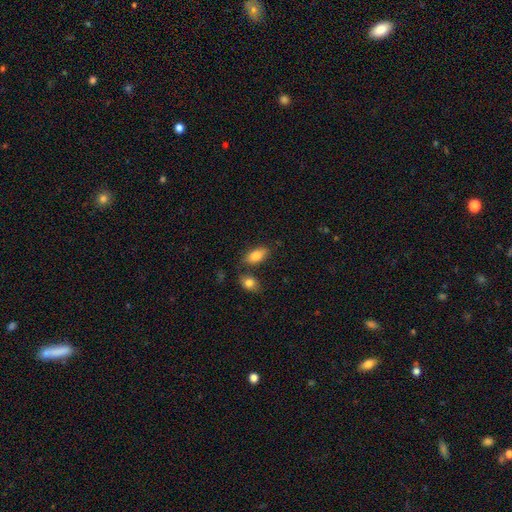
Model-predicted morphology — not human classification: Overall: smooth (83%). How rounded: in between (91%). Merging: none (70%).